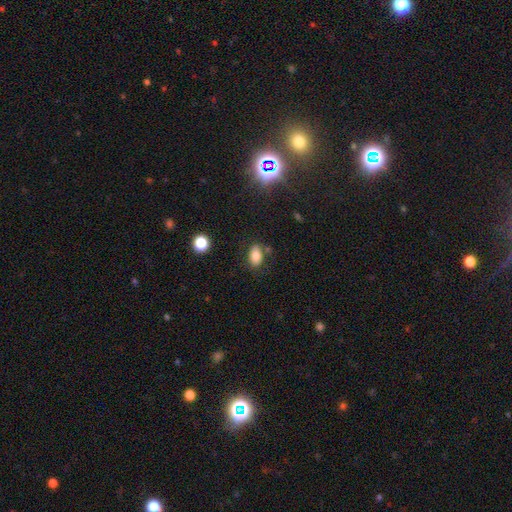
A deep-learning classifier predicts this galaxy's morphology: smooth-or-featured: smooth: 82% | star or artifact: 10% | featured or disk: 8%
  how-rounded: in between: 89% | round: 9% | cigar-shaped: 2%
  merging: none: 77% | minor disturbance: 14% | merger: 6% | major disturbance: 4%